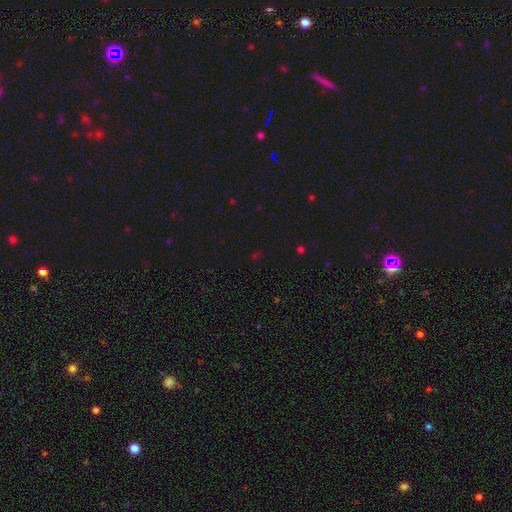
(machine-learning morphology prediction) The model was most divided on "smooth or featured": star or artifact: 64%, smooth: 28%, featured or disk: 7%.